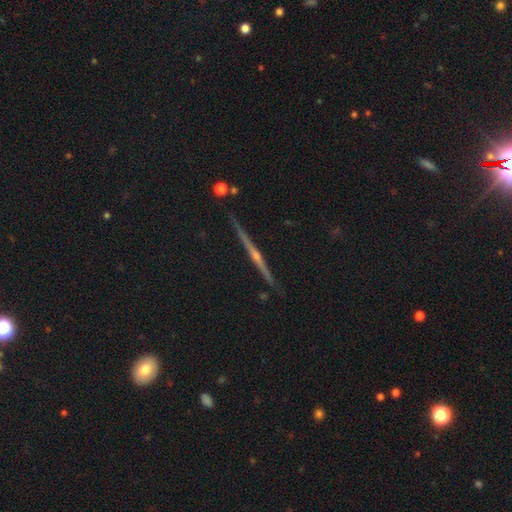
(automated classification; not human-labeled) Overall: featured or disk (81%). Edge-on disk: yes (97%). Edge-on bulge: rounded (76%). Merging: none (87%).